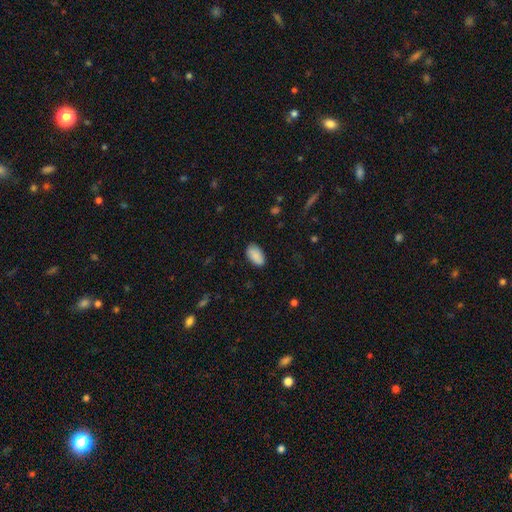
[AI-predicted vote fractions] Smooth or featured?
  - smooth: 89% *
  - star or artifact: 7%
  - featured or disk: 5%
How rounded?
  - in between: 95% *
  - round: 4%
  - cigar-shaped: 2%
Merging?
  - none: 84% *
  - minor disturbance: 12%
  - major disturbance: 3%
  - merger: 1%